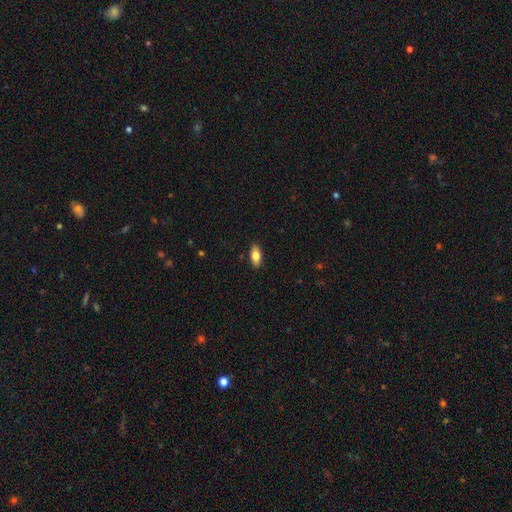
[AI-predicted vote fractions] This is likely a smooth galaxy (79%). How rounded: clearly in between (85%). Merging: clearly none (89%).